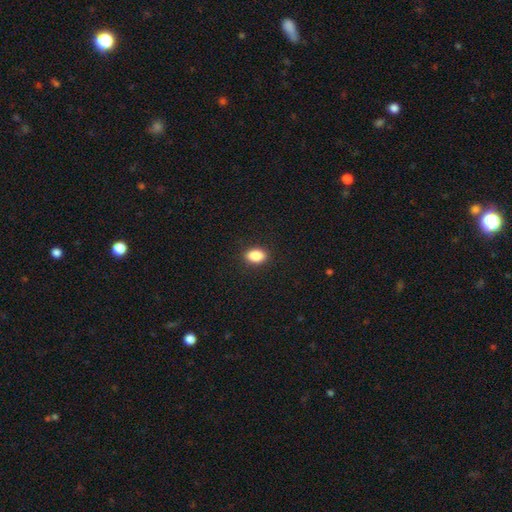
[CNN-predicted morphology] Smooth or featured? Predicted: smooth (p=0.87). How rounded? Predicted: in between (p=0.83). Merging? Predicted: none (p=0.90).